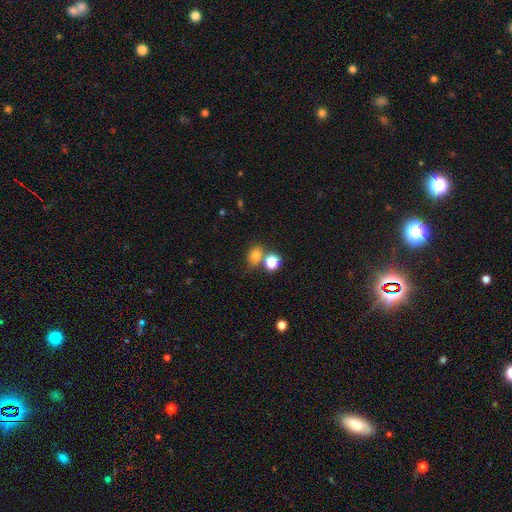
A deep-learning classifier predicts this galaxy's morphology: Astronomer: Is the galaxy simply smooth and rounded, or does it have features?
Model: smooth — 76%.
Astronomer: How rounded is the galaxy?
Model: round — 55% (runner-up: in between, 44%).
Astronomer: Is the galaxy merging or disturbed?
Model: none — 57%.